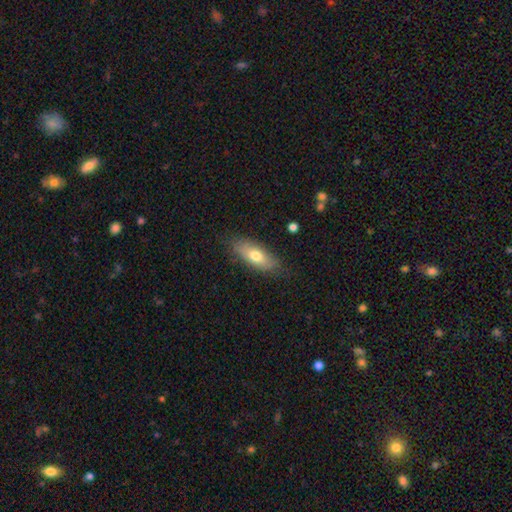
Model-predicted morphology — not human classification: smooth_or_featured: smooth (p=0.70) [alt: featured or disk p=0.23]
how_rounded: in between (p=0.73) [alt: cigar-shaped p=0.23]
merging: none (p=0.81) [alt: minor disturbance p=0.14]